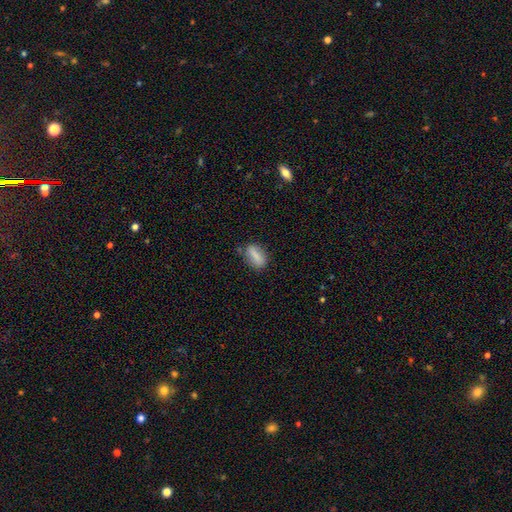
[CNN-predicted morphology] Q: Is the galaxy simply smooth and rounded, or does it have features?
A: smooth — 75%.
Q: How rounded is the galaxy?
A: in between — 77%.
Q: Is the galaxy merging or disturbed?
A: none — 74%.